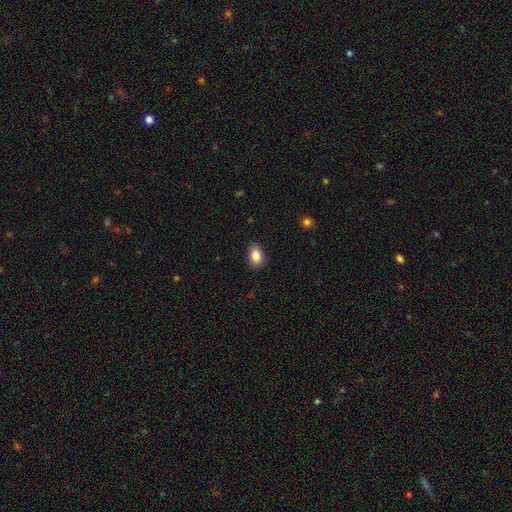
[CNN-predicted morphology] Smooth or featured: smooth — 86% (star or artifact — 8%)
How rounded: in between — 83% (round — 15%)
Merging: none — 88% (minor disturbance — 9%)